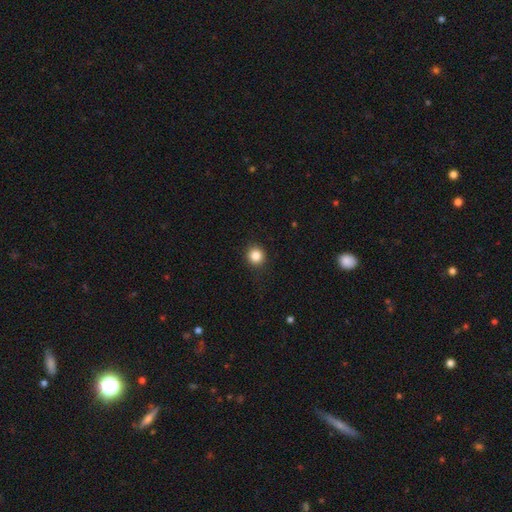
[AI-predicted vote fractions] smooth 85%, star or artifact 11%, featured or disk 4%. Down the decision tree: how rounded — round (92%); merging — none (91%).